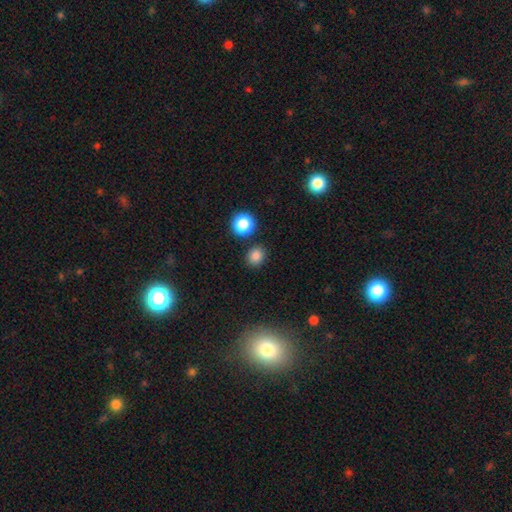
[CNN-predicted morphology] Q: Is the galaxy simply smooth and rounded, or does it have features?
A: smooth — 83%.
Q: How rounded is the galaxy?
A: round — 77%.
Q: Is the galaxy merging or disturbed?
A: none — 83%.